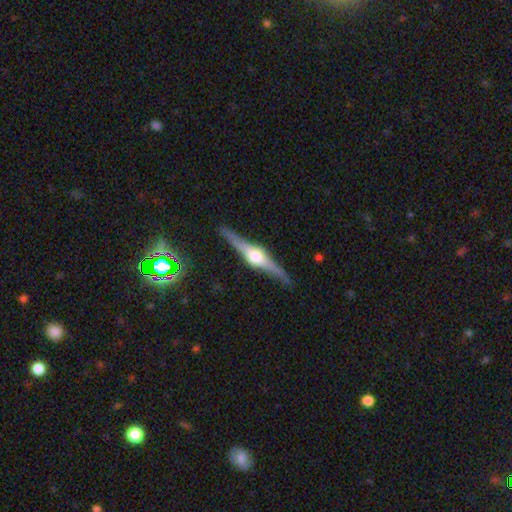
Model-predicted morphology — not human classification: A featured or disk galaxy (84%) viewed edge-on (98%) with a rounded central bulge (93%).

Vote fractions:
- Smooth or featured? featured or disk: 84% / smooth: 12% / star or artifact: 5%
- Edge-on disk? yes: 98% / no: 2%
- Edge-on bulge? rounded: 93% / boxy: 5% / none: 2%
- Merging? none: 89% / minor disturbance: 8% / major disturbance: 2% / merger: 1%